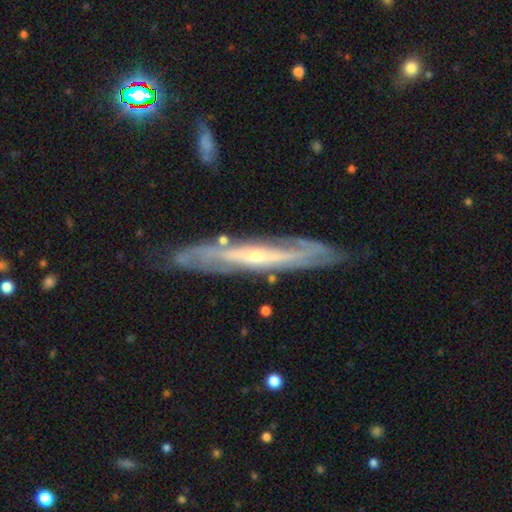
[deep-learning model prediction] Smooth or featured: featured or disk — 81% (smooth — 13%)
Edge-on disk: yes — 54% (no — 46%)
Merging: none — 80% (minor disturbance — 15%)